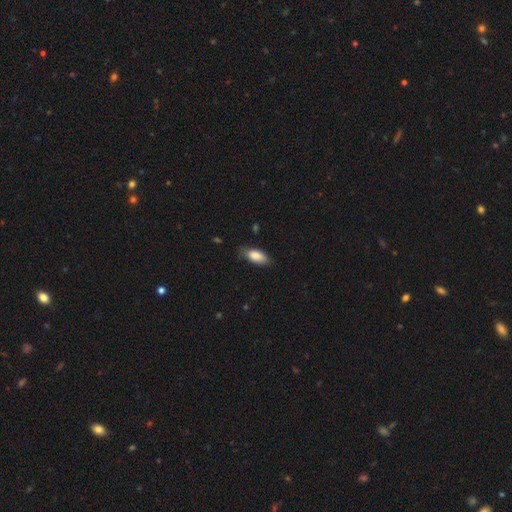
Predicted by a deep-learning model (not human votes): Smooth or featured?
  - smooth: 86% *
  - featured or disk: 8%
  - star or artifact: 6%
How rounded?
  - in between: 85% *
  - cigar-shaped: 12%
  - round: 2%
Merging?
  - none: 75% *
  - minor disturbance: 20%
  - major disturbance: 4%
  - merger: 1%